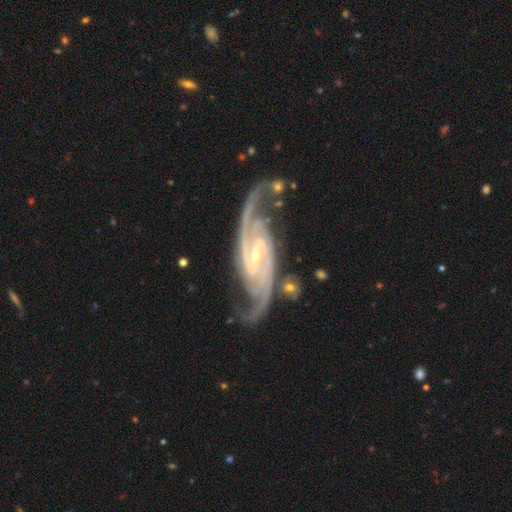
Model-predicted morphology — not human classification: This appears to be a featured or disk galaxy (94%) with a weak bar (42%), 2 (85%) medium (55%) spiral arms (99%) and a small central bulge (76%). Merging: none (68%).